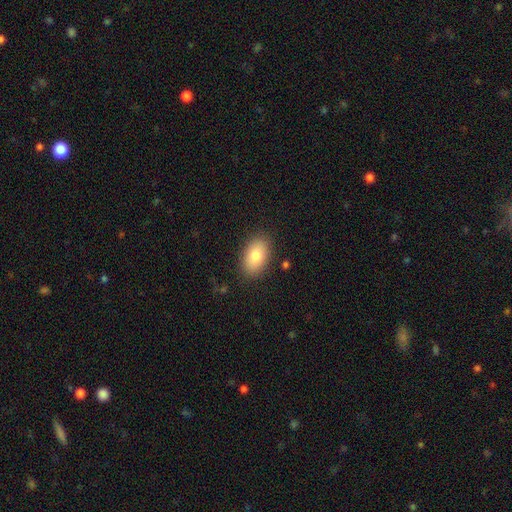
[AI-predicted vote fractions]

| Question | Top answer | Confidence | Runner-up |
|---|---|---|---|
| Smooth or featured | smooth | 81% | featured or disk (11%) |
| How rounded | in between | 92% | round (6%) |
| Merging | none | 86% | minor disturbance (10%) |